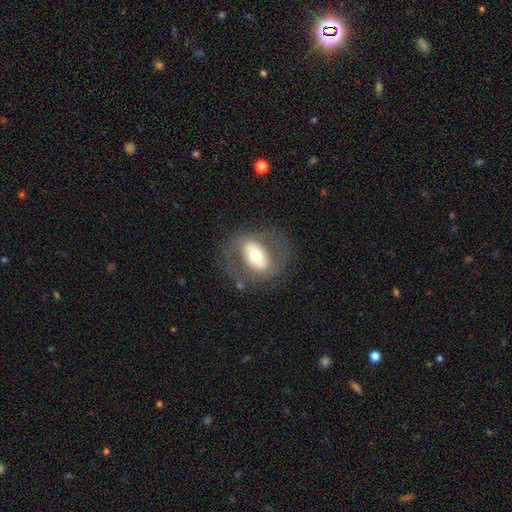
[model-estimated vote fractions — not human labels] smooth-or-featured: featured or disk: 57% | smooth: 36% | star or artifact: 7%
  disk-edge-on: no: 92% | yes: 8%
    bar: strong: 39% | no: 35% | weak: 26%
    has-spiral-arms: no: 62% | yes: 38%
    bulge-size: moderate: 63% | large: 20% | small: 13% | dominant: 3% | none: 1%
  merging: none: 71% | minor disturbance: 15% | major disturbance: 13% | merger: 2%